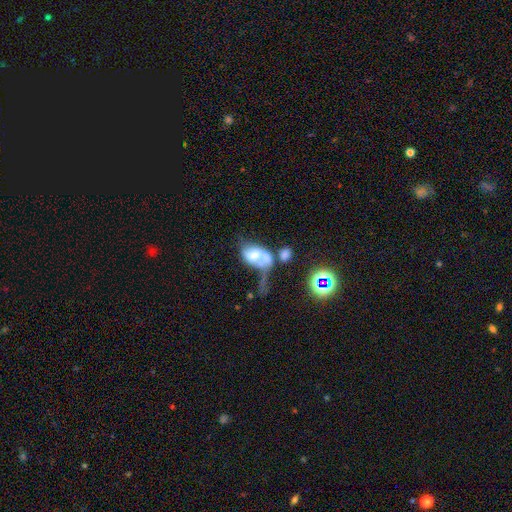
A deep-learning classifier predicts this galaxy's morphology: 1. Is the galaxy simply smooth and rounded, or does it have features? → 46% featured or disk, 43% smooth, 11% star or artifact.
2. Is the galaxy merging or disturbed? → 53% merger, 26% major disturbance, 11% none, 10% minor disturbance.